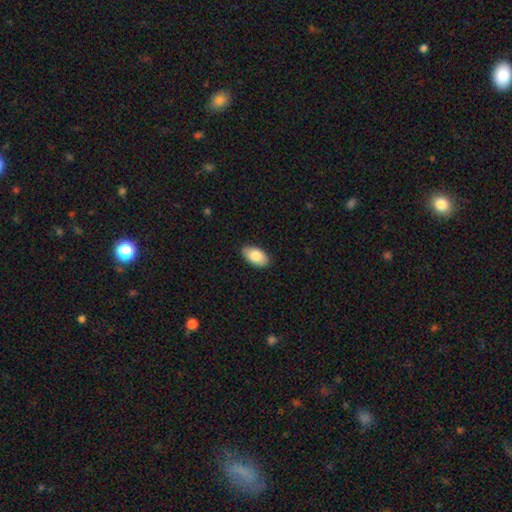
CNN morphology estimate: Smooth or featured? smooth (84%)
How rounded? in between (95%)
Merging? none (87%)